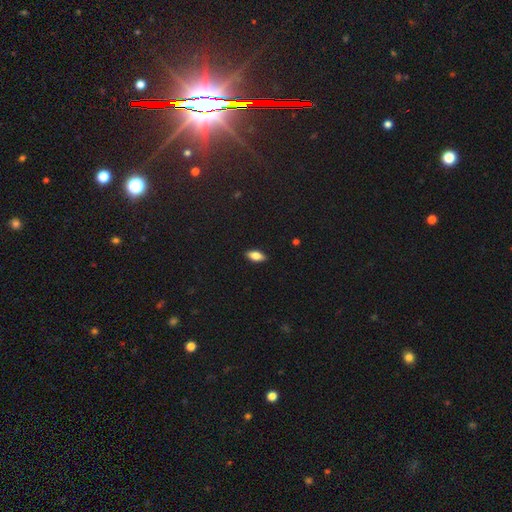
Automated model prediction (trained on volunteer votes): A smooth galaxy with no disk features (72%) that is in between round and cigar-shaped (84%). Merging: none (89%).